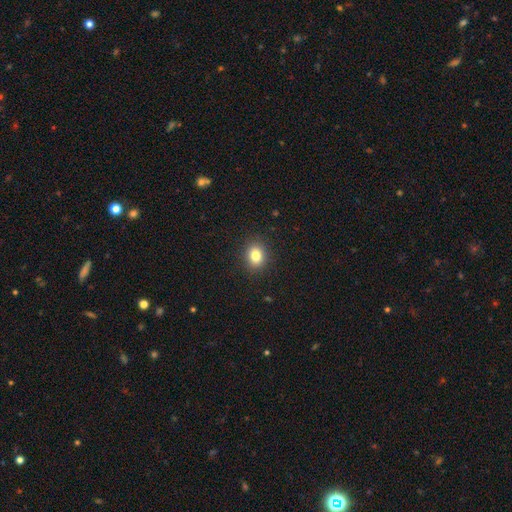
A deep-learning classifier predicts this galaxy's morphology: type=smooth (82%); roundness=round (52%); merging=none (90%).